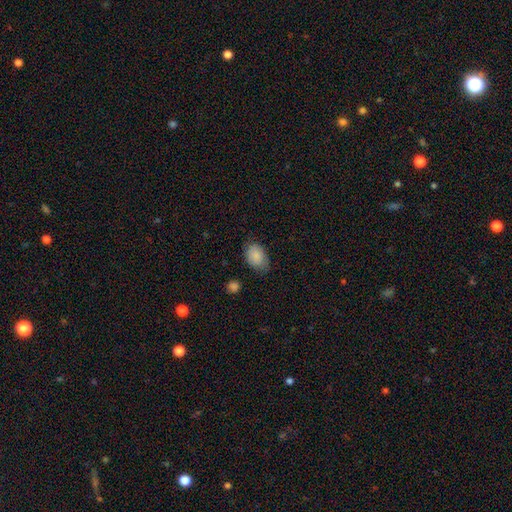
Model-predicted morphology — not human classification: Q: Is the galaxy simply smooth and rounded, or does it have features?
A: smooth — 86%.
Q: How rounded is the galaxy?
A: in between — 82%.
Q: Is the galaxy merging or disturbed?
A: none — 72%.